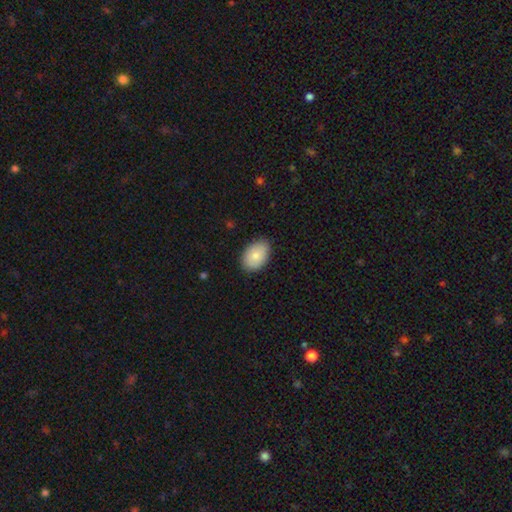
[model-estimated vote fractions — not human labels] Morphology: type=smooth (83%); roundness=in between (87%); merging=none (85%).